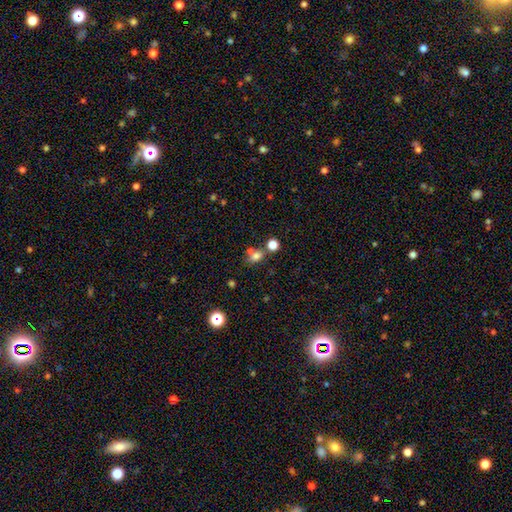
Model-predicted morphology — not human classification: The model was most divided on "merging": none: 51%, merger: 31%, minor disturbance: 12%, major disturbance: 6%. More confident: smooth or featured — smooth (72%); how rounded — in between (59%).